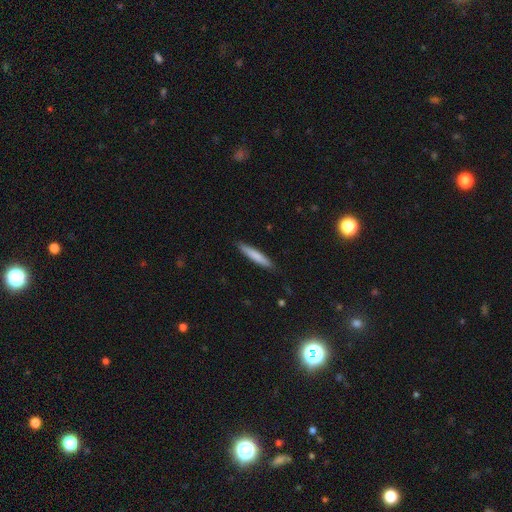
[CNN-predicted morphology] The model was most divided on "smooth or featured": smooth: 78%, featured or disk: 17%, star or artifact: 5%. More confident: how rounded — cigar-shaped (92%); merging — none (88%).